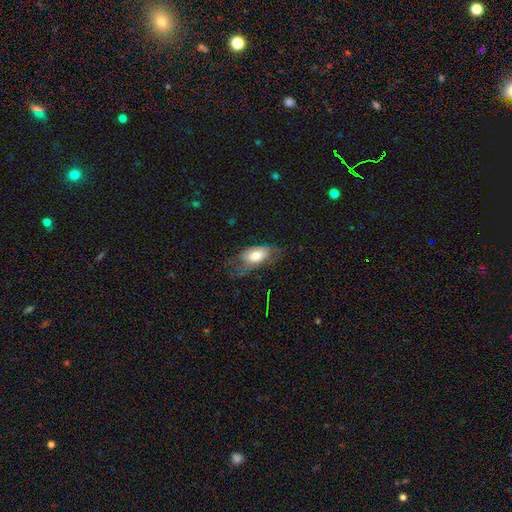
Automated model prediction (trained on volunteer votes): smooth 66%, featured or disk 27%, star or artifact 7%. Down the decision tree: how rounded — in between (90%); merging — none (46%).